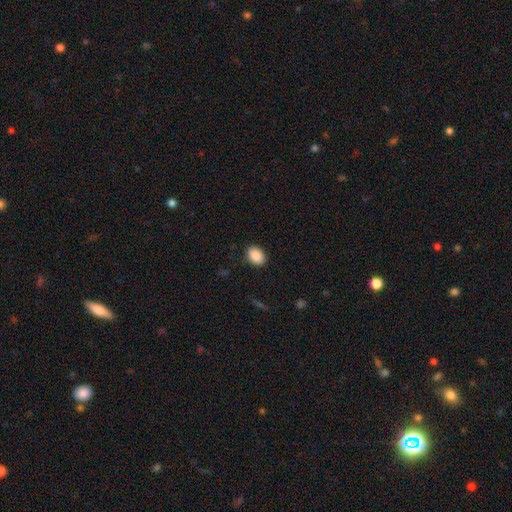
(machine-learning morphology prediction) smooth 89%, star or artifact 7%, featured or disk 3%. Down the decision tree: how rounded — in between (76%); merging — none (89%).